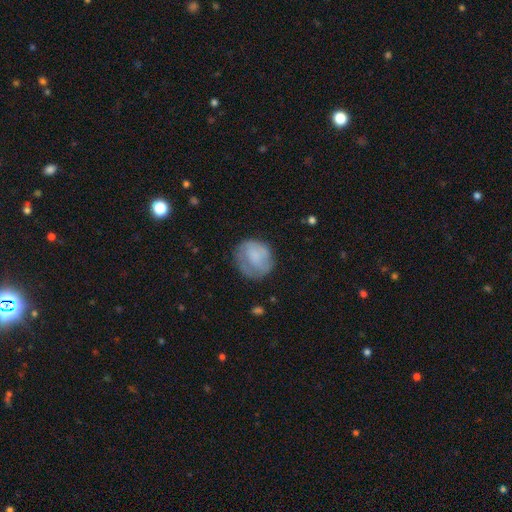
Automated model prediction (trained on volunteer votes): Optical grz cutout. It shows a smooth galaxy with no disk features (61%) that is round (79%). Merging: none (61%).